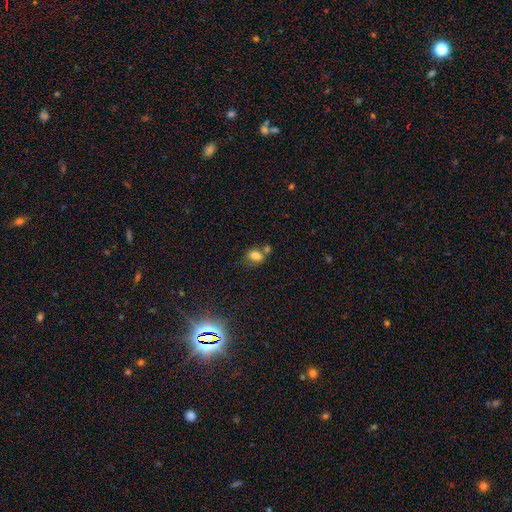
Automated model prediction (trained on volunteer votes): Smooth or featured? smooth (77%)
How rounded? in between (66%)
Merging? none (45%)